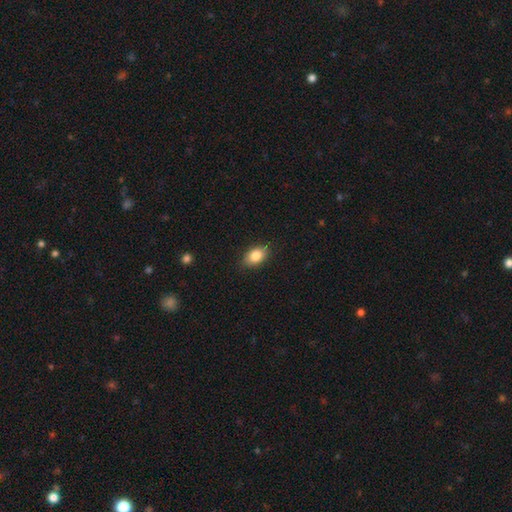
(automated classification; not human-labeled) Smooth or featured: smooth — 83% (featured or disk — 9%)
How rounded: in between — 84% (round — 14%)
Merging: none — 85% (minor disturbance — 12%)